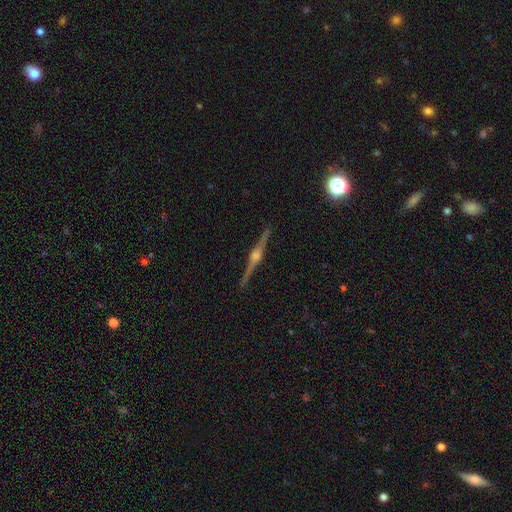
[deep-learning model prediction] Morphology: type=featured or disk (88%); edge-on=yes (99%); edge-on bulge=rounded (91%); merging=none (92%).